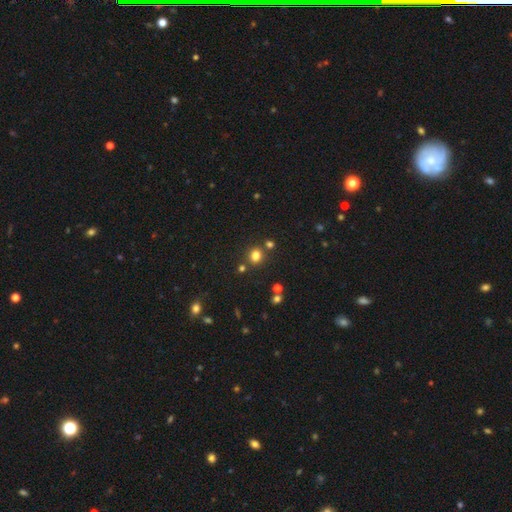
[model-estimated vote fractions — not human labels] A smooth galaxy with no disk features (77%) that is round (77%).

Vote fractions:
- Smooth or featured? smooth: 77% / star or artifact: 17% / featured or disk: 6%
- How rounded? round: 77% / in between: 22% / cigar-shaped: 1%
- Merging? none: 79% / merger: 10% / minor disturbance: 8% / major disturbance: 3%